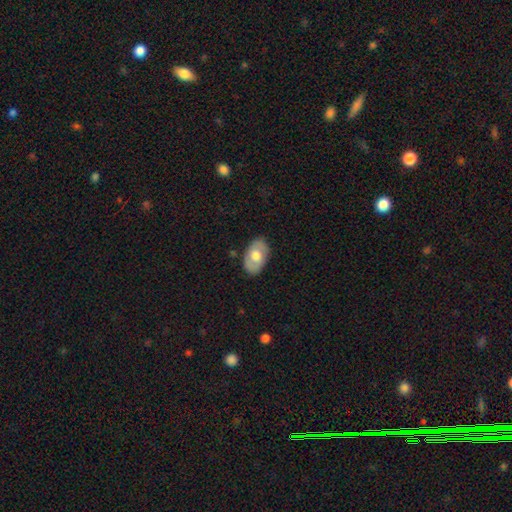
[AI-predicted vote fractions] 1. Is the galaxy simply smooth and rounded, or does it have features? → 57% smooth, 38% featured or disk, 5% star or artifact.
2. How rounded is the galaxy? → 89% in between, 10% round, 1% cigar-shaped.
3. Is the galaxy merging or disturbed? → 83% none, 13% minor disturbance, 3% major disturbance, 1% merger.